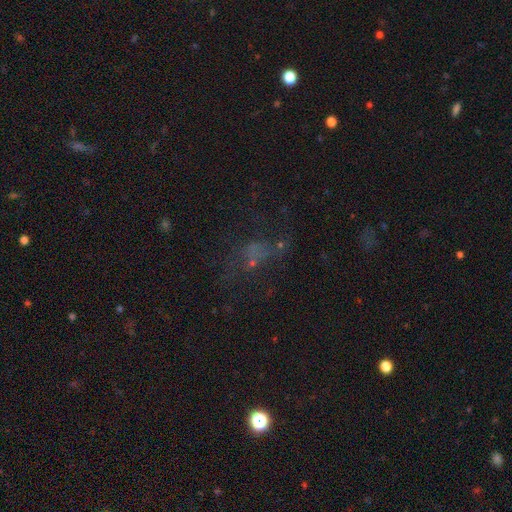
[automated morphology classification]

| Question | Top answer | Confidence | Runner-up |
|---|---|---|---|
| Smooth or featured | star or artifact | 44% | smooth (29%) |